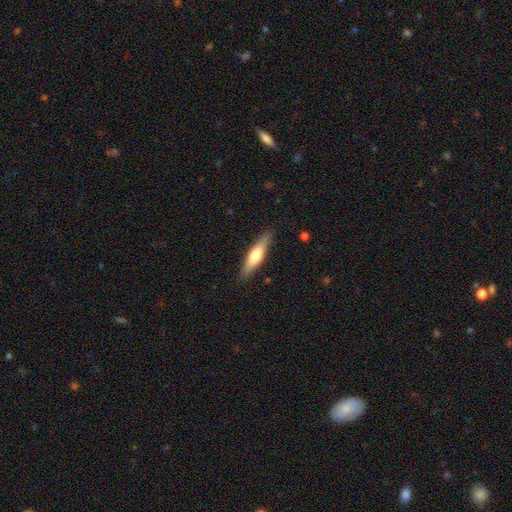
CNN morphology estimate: Smooth or featured?
  - smooth: 56% *
  - featured or disk: 38%
  - star or artifact: 5%
How rounded?
  - cigar-shaped: 77% *
  - in between: 22%
  - round: 2%
Merging?
  - none: 88% *
  - minor disturbance: 9%
  - major disturbance: 2%
  - merger: 1%